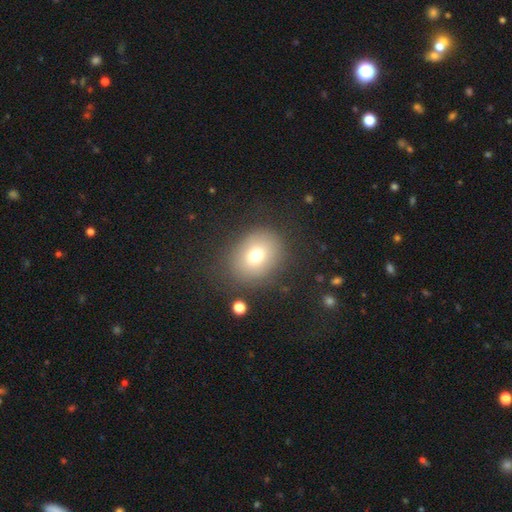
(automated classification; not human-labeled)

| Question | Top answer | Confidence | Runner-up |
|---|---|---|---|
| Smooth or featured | smooth | 73% | featured or disk (15%) |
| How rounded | round | 58% | in between (41%) |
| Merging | none | 80% | minor disturbance (12%) |